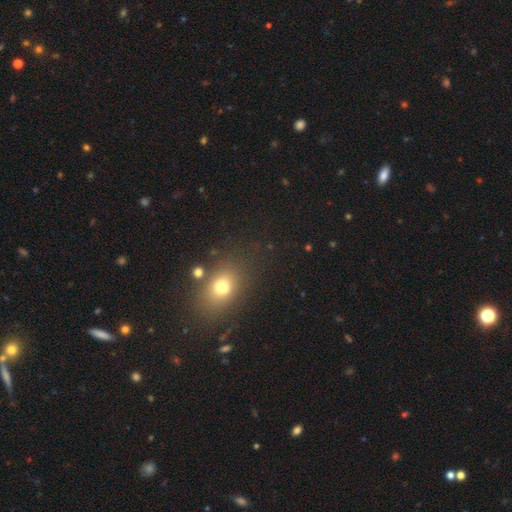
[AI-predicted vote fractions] Morphology: type=smooth (59%); roundness=in between (58%); merging=none (84%).